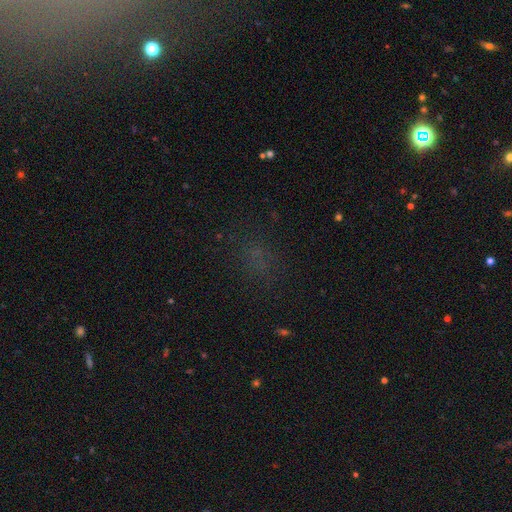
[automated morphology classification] smooth 46%, star or artifact 41%, featured or disk 13%. Down the decision tree: merging — none (74%).